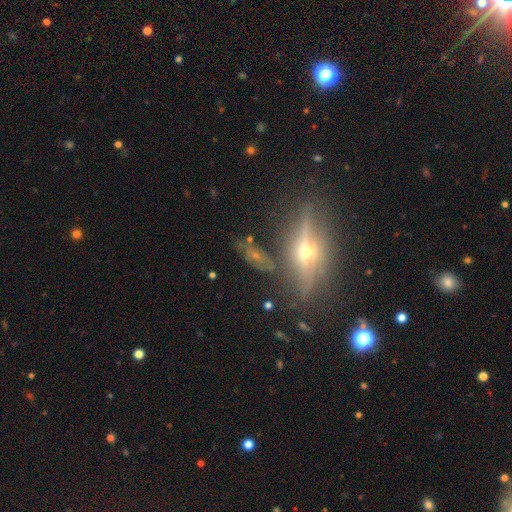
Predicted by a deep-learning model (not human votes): Morphology: type=featured or disk (59%); edge-on=yes (72%); merging=none (67%).